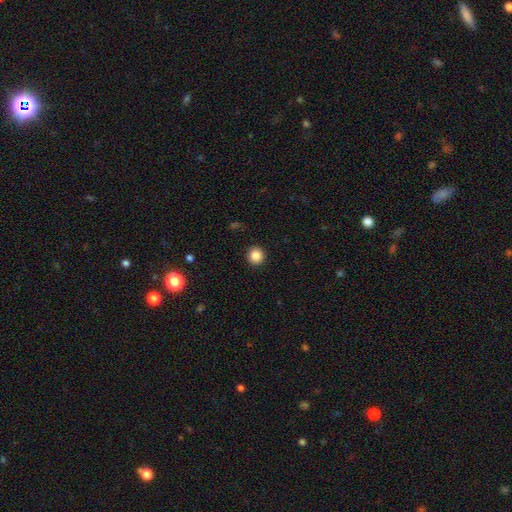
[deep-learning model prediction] Smooth or featured?
  - smooth: 86% *
  - star or artifact: 10%
  - featured or disk: 4%
How rounded?
  - round: 93% *
  - in between: 6%
  - cigar-shaped: 1%
Merging?
  - none: 93% *
  - minor disturbance: 5%
  - major disturbance: 2%
  - merger: 1%